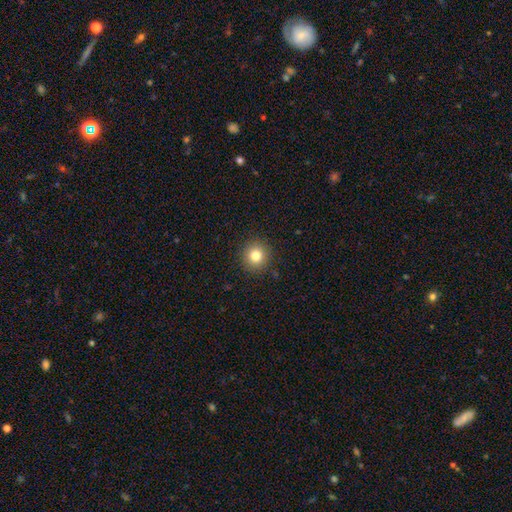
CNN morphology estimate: Q: Smooth or featured?
A: smooth (81%); runner-up: star or artifact (12%)
Q: How rounded?
A: round (91%); runner-up: in between (8%)
Q: Merging?
A: none (91%); runner-up: minor disturbance (6%)